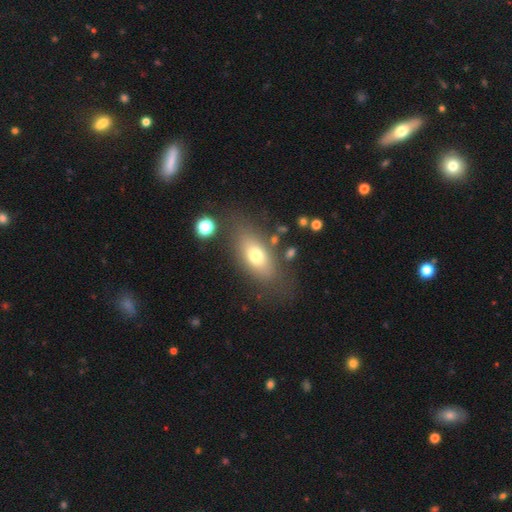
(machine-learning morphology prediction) smooth_or_featured: smooth (p=0.69) [alt: featured or disk p=0.22]
how_rounded: in between (p=0.80) [alt: cigar-shaped p=0.11]
merging: none (p=0.73) [alt: minor disturbance p=0.15]